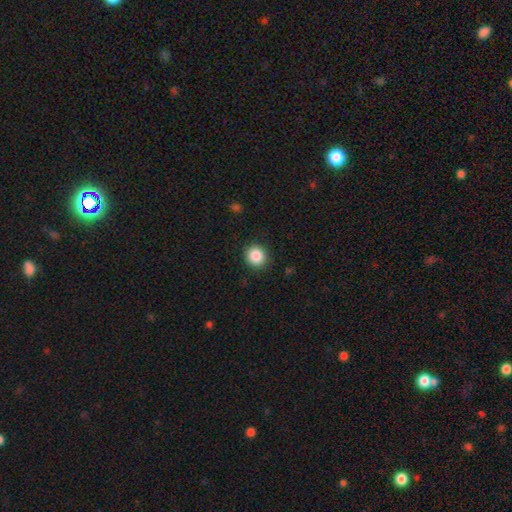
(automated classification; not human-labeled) The model was most divided on "how rounded": round: 85%, in between: 14%, cigar-shaped: 1%. More confident: merging — none (90%); smooth or featured — smooth (87%).